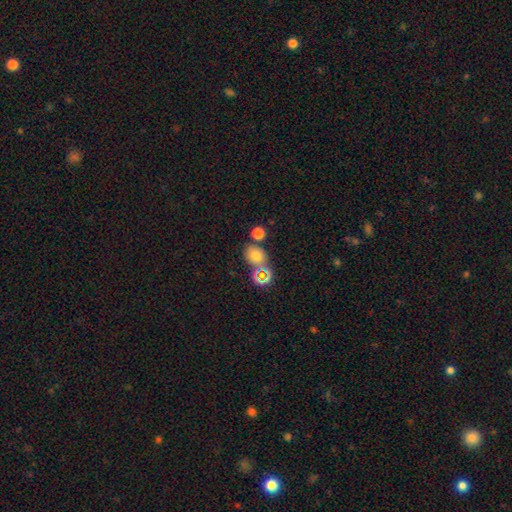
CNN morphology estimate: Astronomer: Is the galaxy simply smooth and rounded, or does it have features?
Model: smooth — 70%.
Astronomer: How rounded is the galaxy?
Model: in between — 57% (runner-up: round, 42%).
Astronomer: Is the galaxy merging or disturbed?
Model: none — 65%.